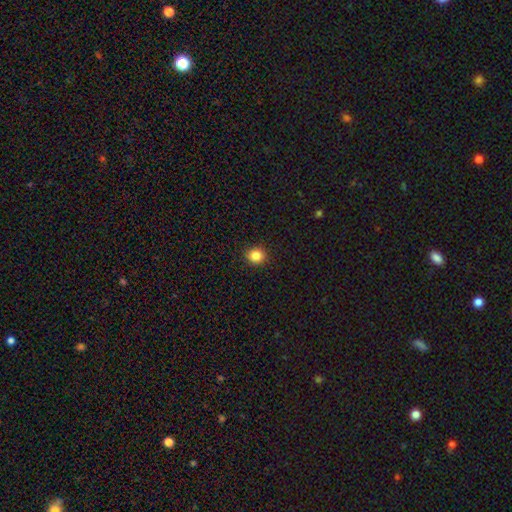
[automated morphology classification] Overall: smooth (86%). How rounded: round (85%). Merging: none (91%).